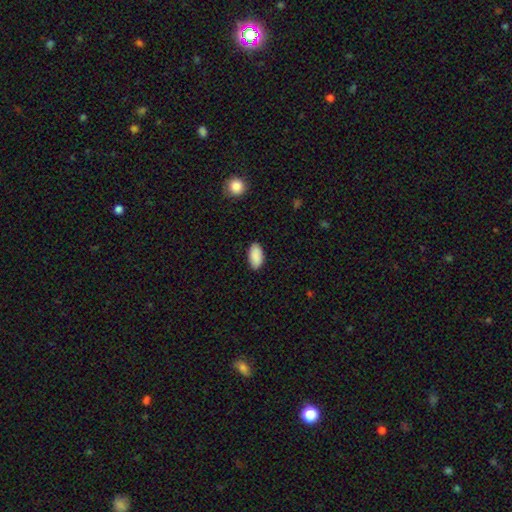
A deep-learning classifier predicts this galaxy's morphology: This appears to be a smooth galaxy with no disk features (90%) that is in between round and cigar-shaped (95%). Merging: none (87%).